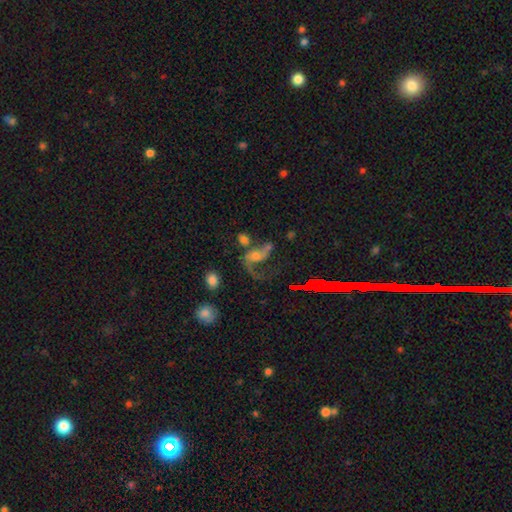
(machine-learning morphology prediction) A featured or disk galaxy (66%) with no bar (60%), 2 (62%) loose (73%) spiral arms (83%) and a moderate central bulge (38%).

Vote fractions:
- Smooth or featured? featured or disk: 66% / smooth: 19% / star or artifact: 15%
- Edge-on disk? no: 96% / yes: 4%
- Bar? no: 60% / weak: 29% / strong: 11%
- Spiral arms? yes: 83% / no: 17%
- Spiral winding? loose: 73% / medium: 22% / tight: 5%
- Spiral arm count? 2: 62% / 1: 29% / can't tell: 5% / 3: 2% / 4: 1% / more than 4: 1%
- Bulge size? moderate: 38% / small: 37% / none: 14% / large: 8% / dominant: 2%
- Merging? major disturbance: 34% / none: 29% / merger: 24% / minor disturbance: 14%